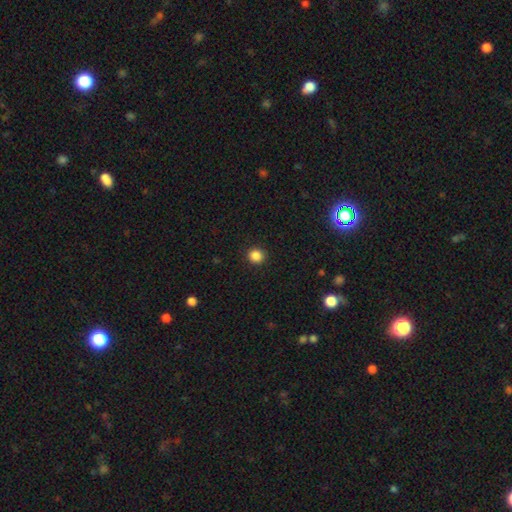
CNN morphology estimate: smooth 86%, star or artifact 11%, featured or disk 3%. Down the decision tree: how rounded — round (89%); merging — none (92%).